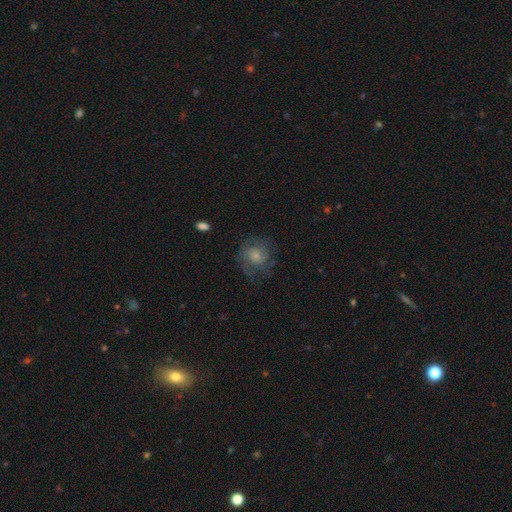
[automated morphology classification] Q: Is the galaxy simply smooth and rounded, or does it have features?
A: featured or disk — 46%.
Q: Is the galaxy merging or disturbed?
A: none — 62%.